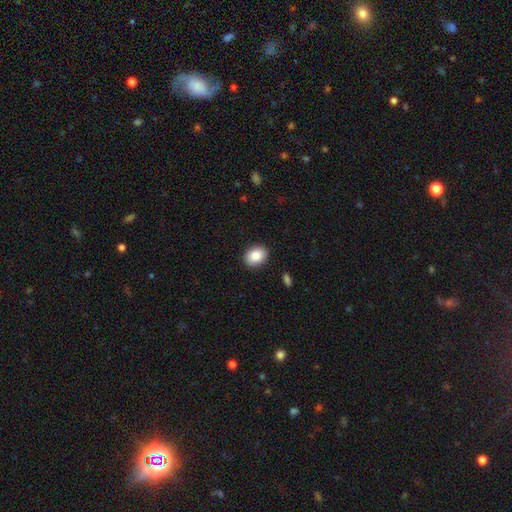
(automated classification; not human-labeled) The model was most divided on "how rounded": in between: 65%, round: 34%, cigar-shaped: 1%. More confident: merging — none (90%); smooth or featured — smooth (86%).